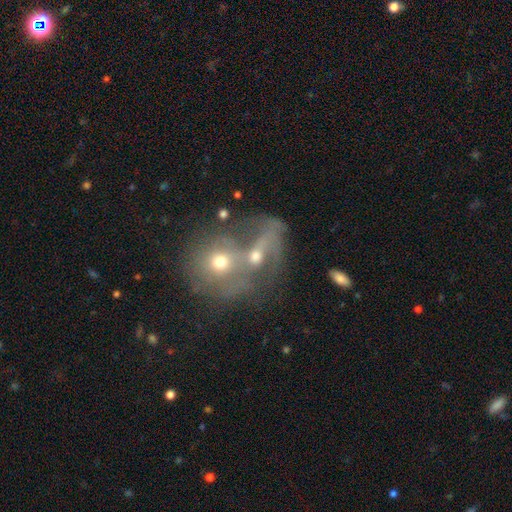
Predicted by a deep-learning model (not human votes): smooth_or_featured: featured or disk (p=0.46) [alt: smooth p=0.39]
merging: merger (p=0.72) [alt: none p=0.13]